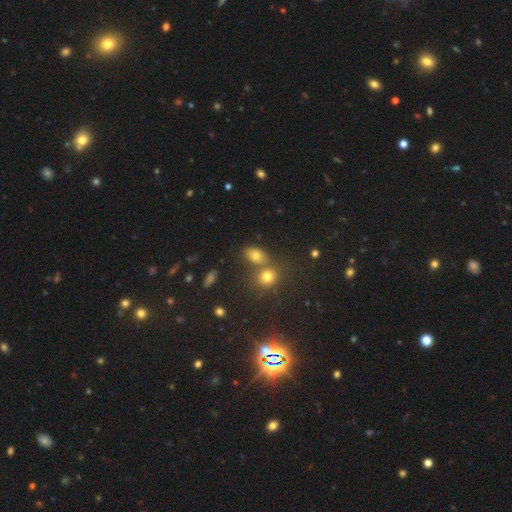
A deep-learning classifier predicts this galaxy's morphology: Smooth or featured?
  - smooth: 75% *
  - star or artifact: 15%
  - featured or disk: 10%
How rounded?
  - in between: 75% *
  - round: 23%
  - cigar-shaped: 2%
Merging?
  - none: 58% *
  - merger: 26%
  - minor disturbance: 11%
  - major disturbance: 4%